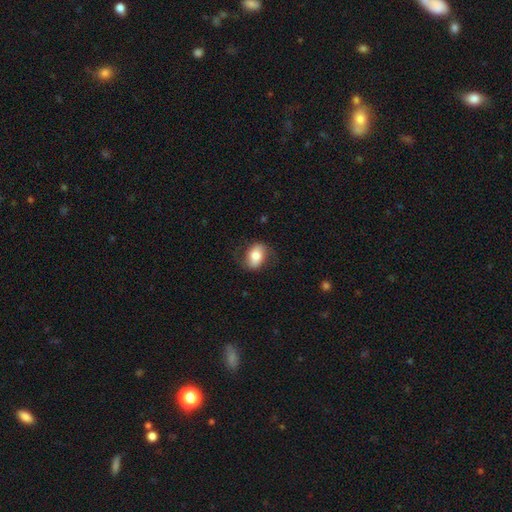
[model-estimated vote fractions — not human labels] Smooth or featured: smooth — 66% (featured or disk — 27%)
How rounded: in between — 78% (round — 20%)
Merging: none — 71% (minor disturbance — 20%)